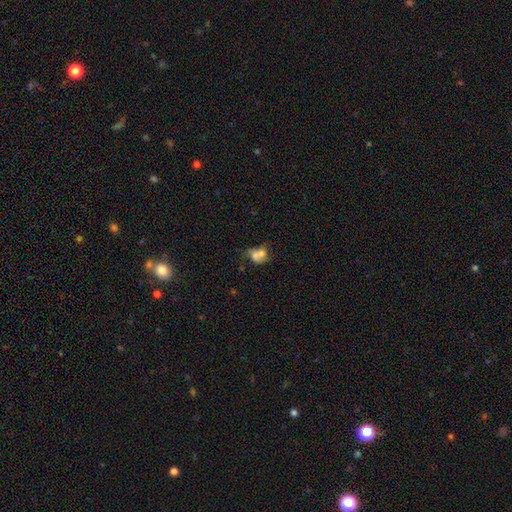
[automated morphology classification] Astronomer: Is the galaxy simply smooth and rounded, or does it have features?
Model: smooth — 63%.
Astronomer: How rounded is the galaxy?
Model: in between — 53% (runner-up: round, 46%).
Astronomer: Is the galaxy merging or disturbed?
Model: merger — 62%.